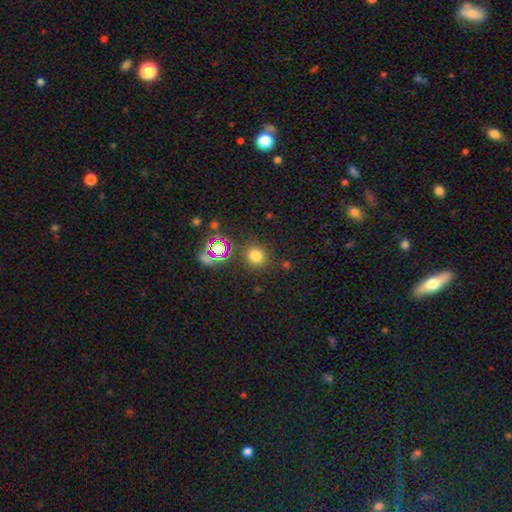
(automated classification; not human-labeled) This is likely a smooth galaxy (72%). How rounded: clearly round (89%). Merging: clearly none (83%).